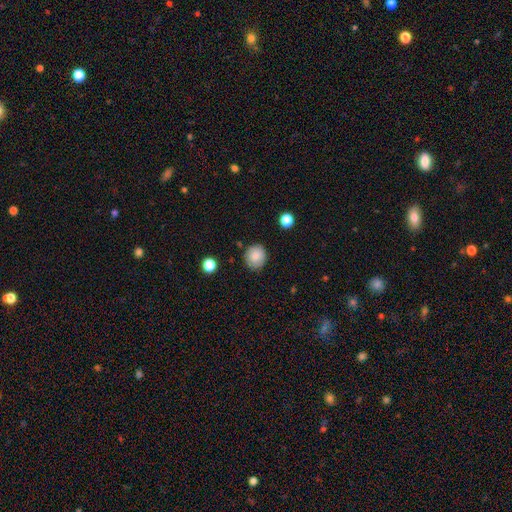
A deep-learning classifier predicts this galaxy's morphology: Smooth or featured? Predicted: smooth (p=0.85). How rounded? Predicted: round (p=0.83). Merging? Predicted: none (p=0.84).